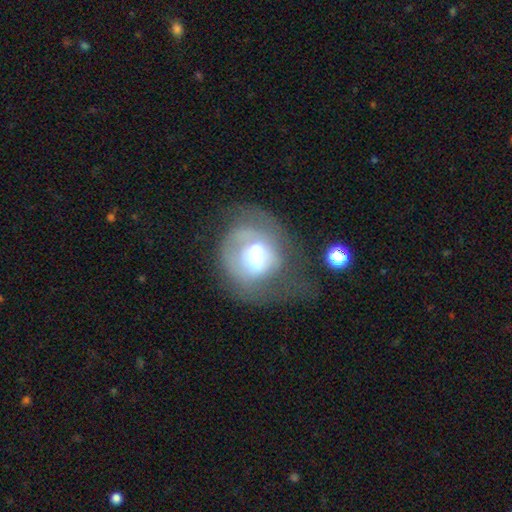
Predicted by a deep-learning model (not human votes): Q: Smooth or featured?
A: featured or disk (52%); runner-up: smooth (38%)
Q: Edge-on disk?
A: no (96%); runner-up: yes (4%)
Q: Bar?
A: no (46%); runner-up: weak (39%)
Q: Spiral arms?
A: yes (51%); runner-up: no (49%)
Q: Bulge size?
A: moderate (41%); runner-up: large (35%)
Q: Merging?
A: major disturbance (42%); runner-up: none (30%)